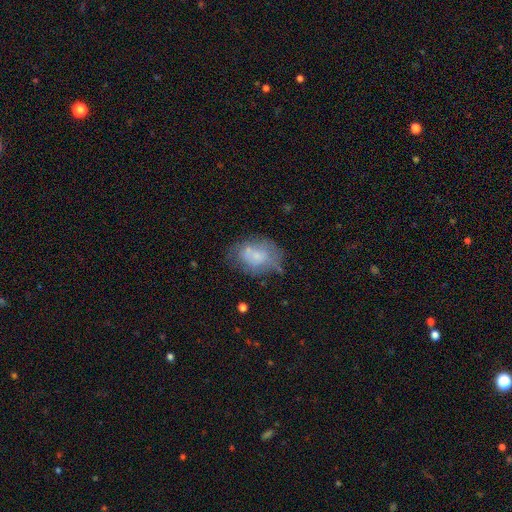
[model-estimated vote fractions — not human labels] Smooth or featured? smooth (56%)
How rounded? in between (72%)
Merging? none (49%)